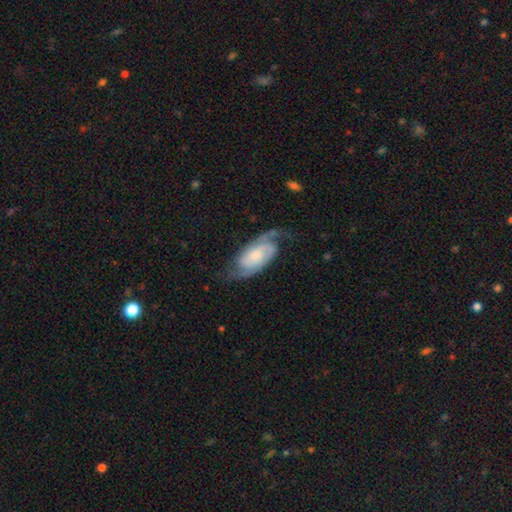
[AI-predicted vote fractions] smooth-or-featured: featured or disk: 81% | smooth: 13% | star or artifact: 6%
  disk-edge-on: no: 95% | yes: 5%
    bar: no: 59% | weak: 32% | strong: 9%
    has-spiral-arms: yes: 96% | no: 4%
      spiral-winding: medium: 45% | tight: 34% | loose: 21%
      spiral-arm-count: 2: 86% | can't tell: 6% | 1: 3% | 3: 2% | 4: 1% | more than 4: 1%
    bulge-size: small: 32% | moderate: 29% | none: 20% | large: 15% | dominant: 3%
  merging: none: 65% | minor disturbance: 20% | major disturbance: 13% | merger: 2%